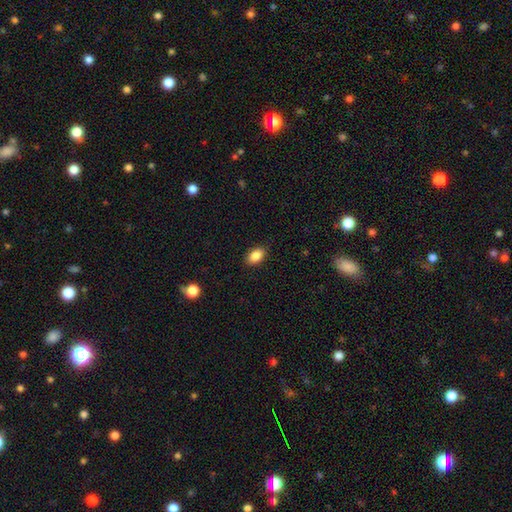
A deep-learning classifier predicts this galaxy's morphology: smooth_or_featured: smooth (p=0.88) [alt: star or artifact p=0.08]
how_rounded: in between (p=0.90) [alt: round p=0.08]
merging: none (p=0.87) [alt: minor disturbance p=0.09]